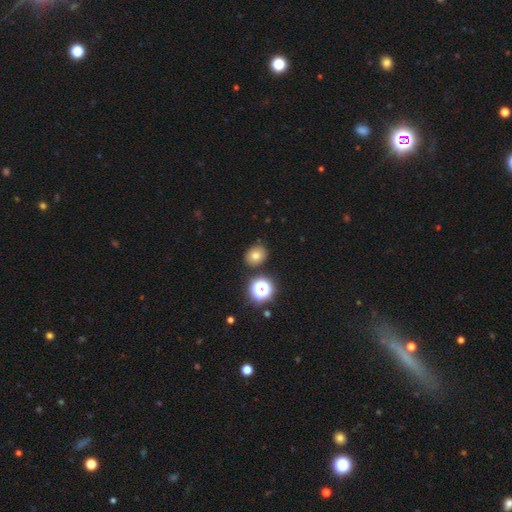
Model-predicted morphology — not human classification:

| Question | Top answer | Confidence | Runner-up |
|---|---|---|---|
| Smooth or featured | smooth | 72% | star or artifact (18%) |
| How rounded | round | 59% | in between (40%) |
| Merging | none | 84% | minor disturbance (9%) |